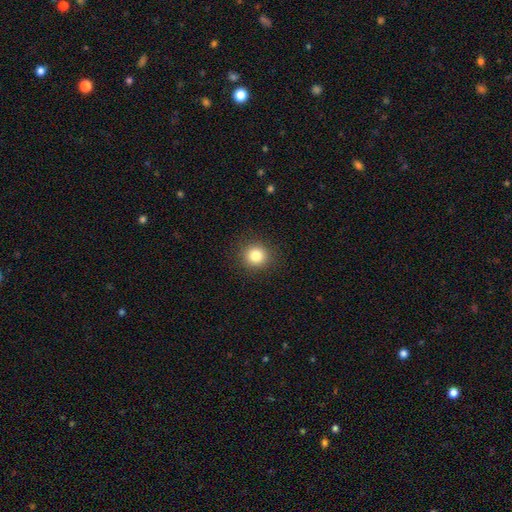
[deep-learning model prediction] Smooth or featured? Predicted: smooth (p=0.82). How rounded? Predicted: round (p=0.91). Merging? Predicted: none (p=0.90).